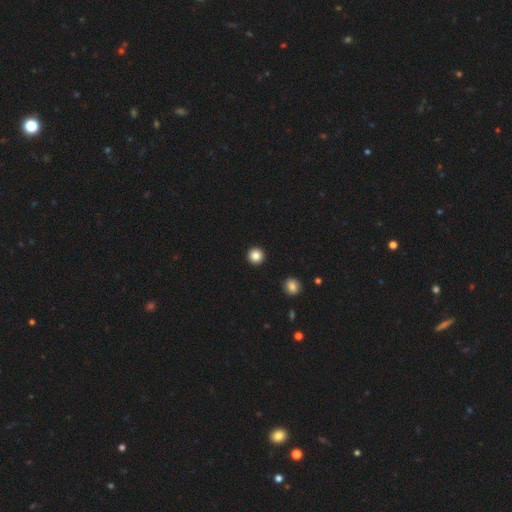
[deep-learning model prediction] smooth_or_featured: smooth (p=0.85) [alt: star or artifact p=0.10]
how_rounded: round (p=0.96) [alt: in between p=0.03]
merging: none (p=0.94) [alt: minor disturbance p=0.04]